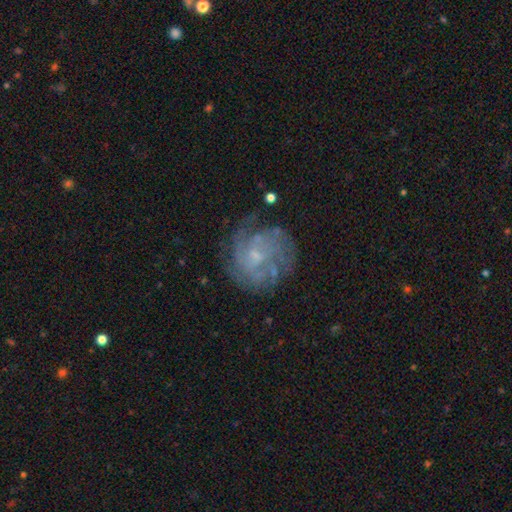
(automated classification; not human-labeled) Smooth or featured? featured or disk (73%)
Edge-on disk? no (98%)
Bar? no (67%)
Spiral arms? yes (84%)
Spiral winding? tight (57%)
Spiral arm count? can't tell (47%)
Bulge size? small (65%)
Merging? none (69%)